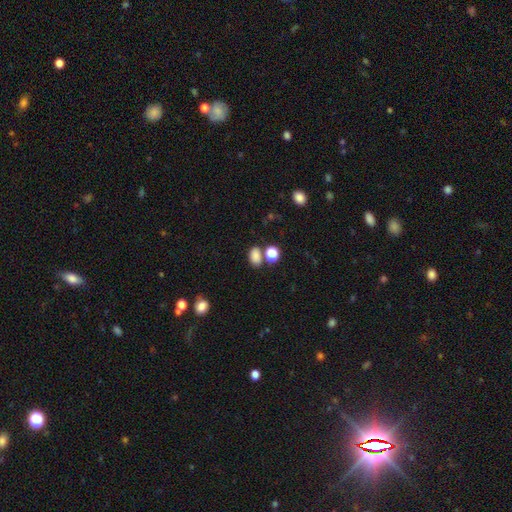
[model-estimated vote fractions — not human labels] Morphology: type=smooth (82%); roundness=in between (79%); merging=none (62%).